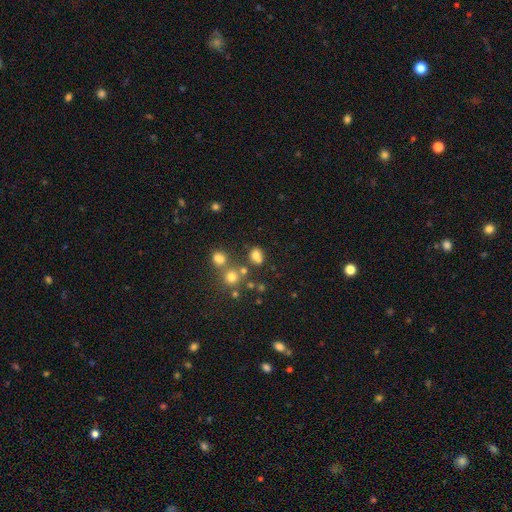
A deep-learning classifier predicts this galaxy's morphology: smooth 71%, star or artifact 19%, featured or disk 10%. Down the decision tree: how rounded — in between (59%); merging — none (55%).